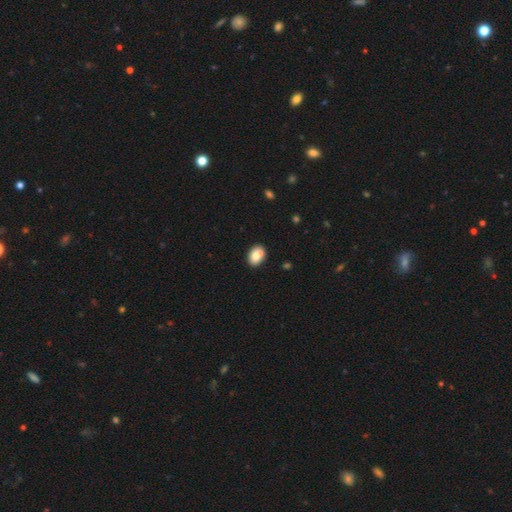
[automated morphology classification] smooth_or_featured: smooth (p=0.81) [alt: featured or disk p=0.11]
how_rounded: in between (p=0.78) [alt: round p=0.21]
merging: none (p=0.72) [alt: minor disturbance p=0.14]